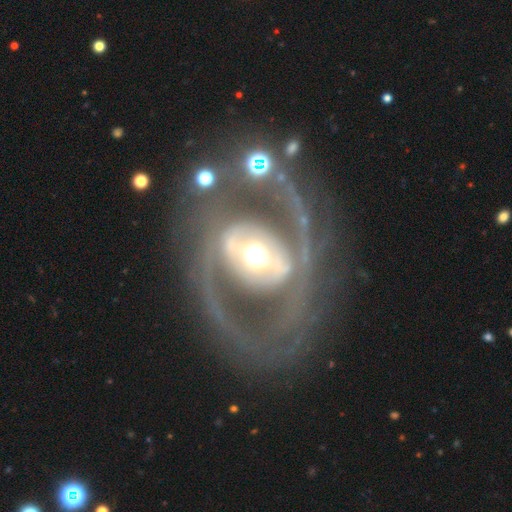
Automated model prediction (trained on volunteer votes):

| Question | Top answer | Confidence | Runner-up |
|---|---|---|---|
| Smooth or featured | featured or disk | 82% | smooth (12%) |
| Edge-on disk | no | 95% | yes (5%) |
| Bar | strong | 39% | no (34%) |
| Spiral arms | yes | 70% | no (30%) |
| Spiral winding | medium | 45% | loose (30%) |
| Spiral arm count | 2 | 78% | can't tell (10%) |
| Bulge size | moderate | 58% | large (27%) |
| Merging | none | 64% | major disturbance (19%) |